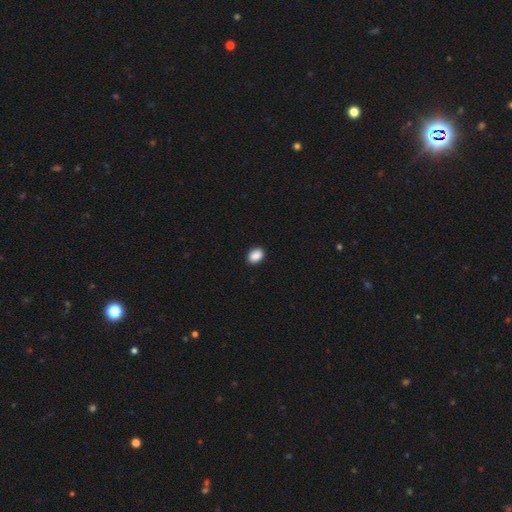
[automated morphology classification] This appears to be a smooth galaxy with no disk features (89%) that is in between round and cigar-shaped (66%). Merging: none (90%).